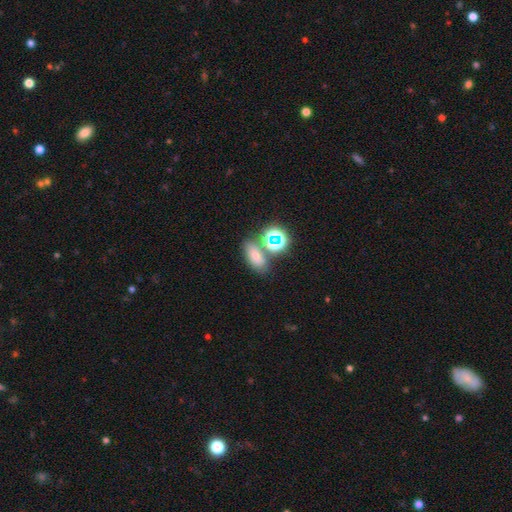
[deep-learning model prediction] Smooth or featured: smooth — 64% (star or artifact — 25%)
How rounded: in between — 75% (round — 19%)
Merging: none — 61% (merger — 21%)